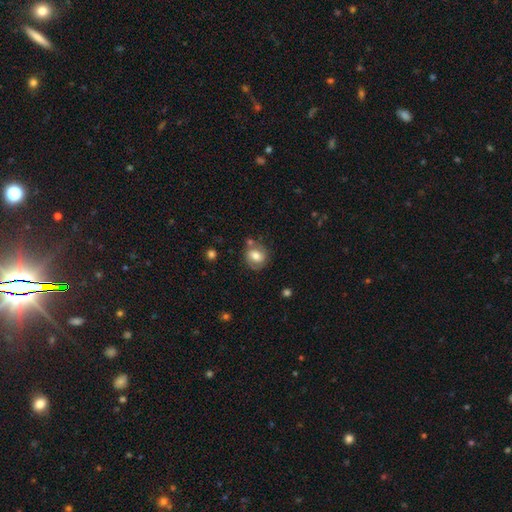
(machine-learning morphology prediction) Smooth or featured: smooth — 67% (featured or disk — 24%)
How rounded: round — 67% (in between — 32%)
Merging: none — 67% (minor disturbance — 18%)